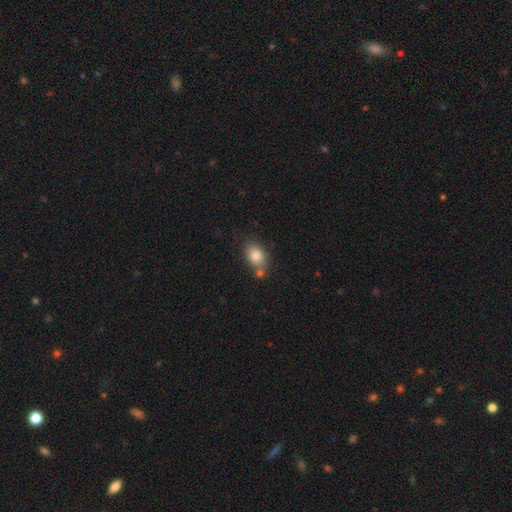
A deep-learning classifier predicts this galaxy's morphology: Smooth or featured? Predicted: smooth (p=0.83). How rounded? Predicted: in between (p=0.77). Merging? Predicted: none (p=0.61).